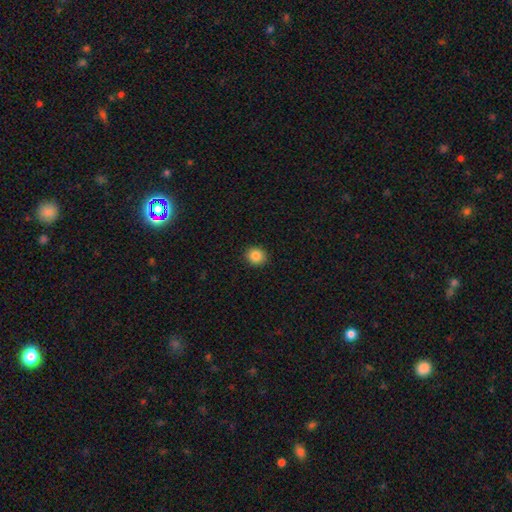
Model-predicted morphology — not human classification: Smooth or featured?
  - smooth: 85% *
  - star or artifact: 10%
  - featured or disk: 4%
How rounded?
  - round: 87% *
  - in between: 12%
  - cigar-shaped: 1%
Merging?
  - none: 92% *
  - minor disturbance: 5%
  - major disturbance: 2%
  - merger: 1%